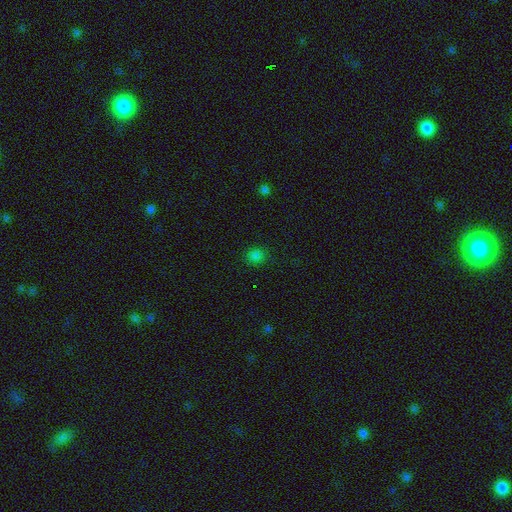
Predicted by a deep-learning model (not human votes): This appears to be a smooth galaxy with no disk features (80%) that is round (85%). Merging: none (89%).